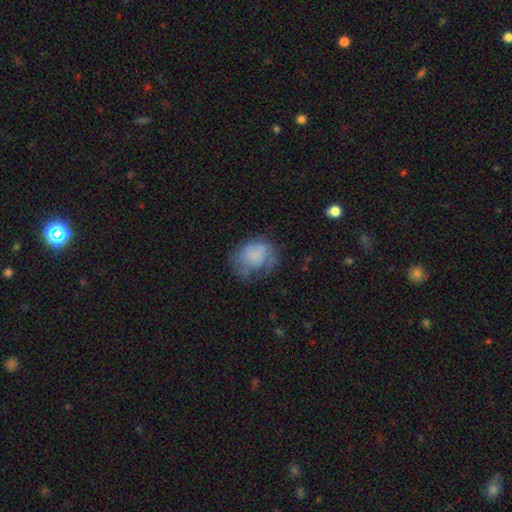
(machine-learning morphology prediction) A smooth galaxy with no disk features (60%) that is round (51%). Merging: none (44%).